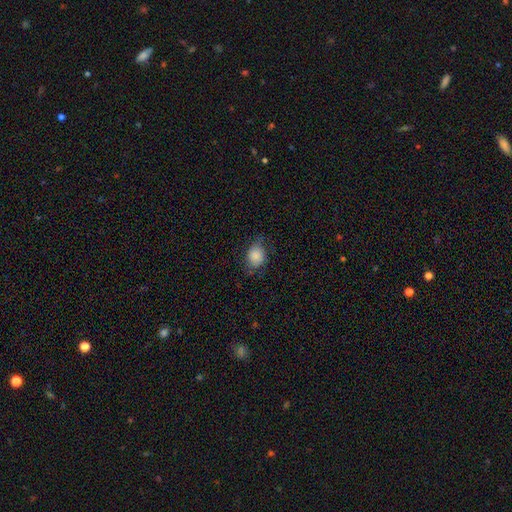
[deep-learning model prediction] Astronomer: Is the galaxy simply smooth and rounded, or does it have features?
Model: smooth — 82%.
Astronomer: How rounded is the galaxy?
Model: in between — 54% (runner-up: round, 45%).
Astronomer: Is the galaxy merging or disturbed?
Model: none — 65%.